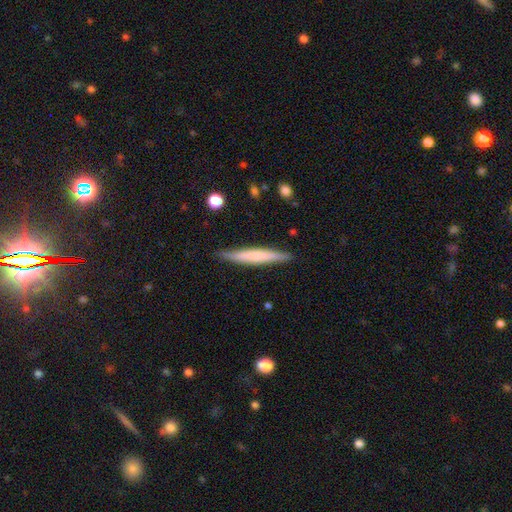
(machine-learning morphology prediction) smooth 59%, featured or disk 36%, star or artifact 5%. Down the decision tree: how rounded — cigar-shaped (95%); merging — none (88%).